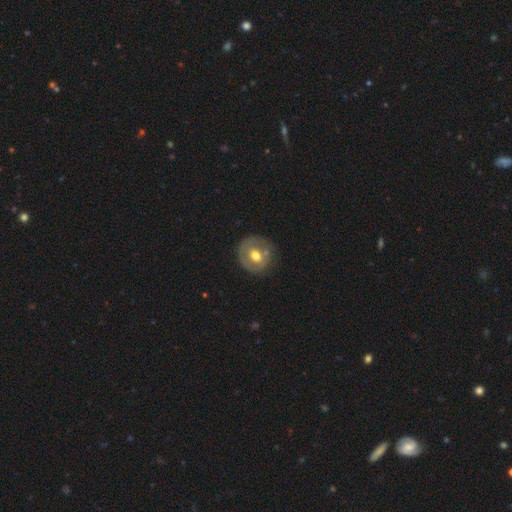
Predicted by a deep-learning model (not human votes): A smooth galaxy with no disk features (48%). Merging: none (73%).